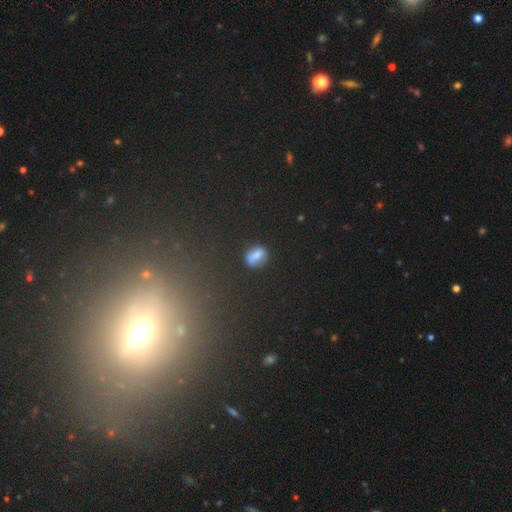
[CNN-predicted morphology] type=smooth (66%); roundness=in between (59%); merging=none (77%).